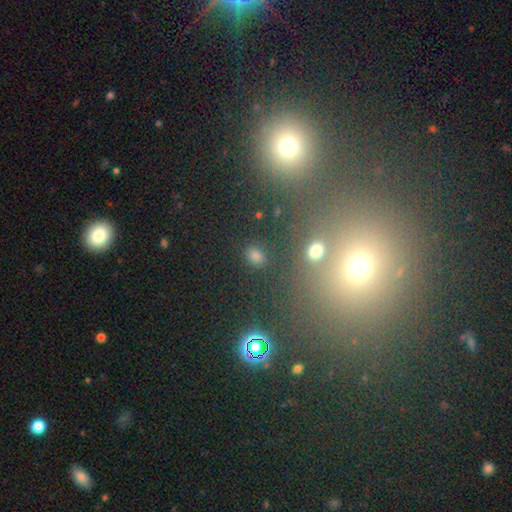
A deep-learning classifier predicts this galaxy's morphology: This is possibly a smooth galaxy (55%). How rounded: likely round (80%). Merging: clearly none (80%).